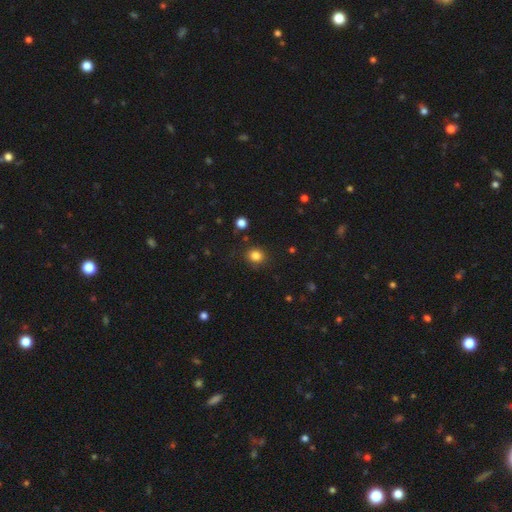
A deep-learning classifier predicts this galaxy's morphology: Smooth or featured: smooth — 83% (star or artifact — 13%)
How rounded: round — 81% (in between — 18%)
Merging: none — 87% (minor disturbance — 8%)